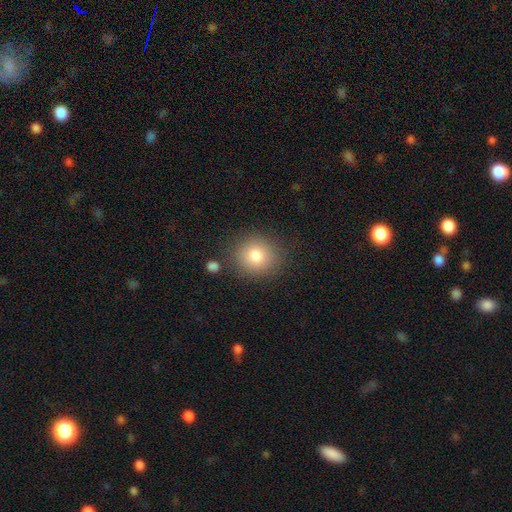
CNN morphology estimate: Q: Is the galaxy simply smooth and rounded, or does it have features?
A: smooth — 81%.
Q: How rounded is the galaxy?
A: round — 83%.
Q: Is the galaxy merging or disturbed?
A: none — 82%.